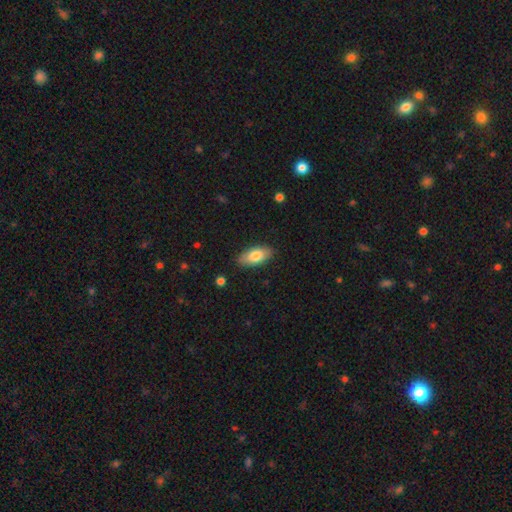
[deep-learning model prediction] smooth_or_featured: smooth (p=0.79) [alt: featured or disk p=0.15]
how_rounded: in between (p=0.91) [alt: cigar-shaped p=0.06]
merging: none (p=0.86) [alt: minor disturbance p=0.10]